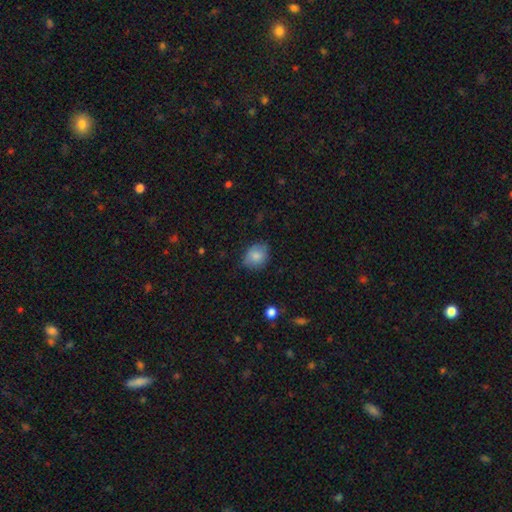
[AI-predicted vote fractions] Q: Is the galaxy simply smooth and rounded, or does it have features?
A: smooth — 84%.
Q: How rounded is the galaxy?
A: round — 58%.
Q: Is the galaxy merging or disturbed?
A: none — 77%.